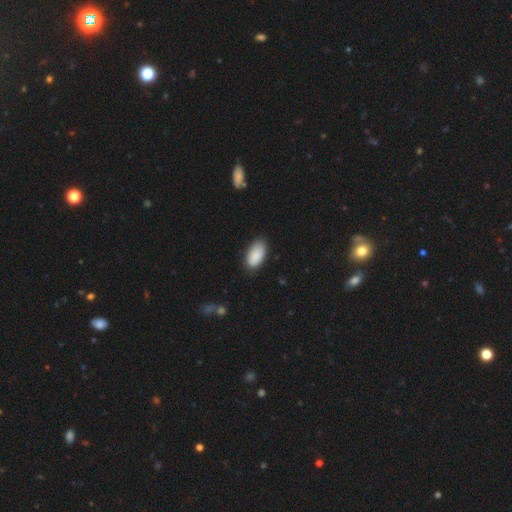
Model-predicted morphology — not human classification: smooth 89%, star or artifact 6%, featured or disk 5%. Down the decision tree: how rounded — in between (95%); merging — none (82%).